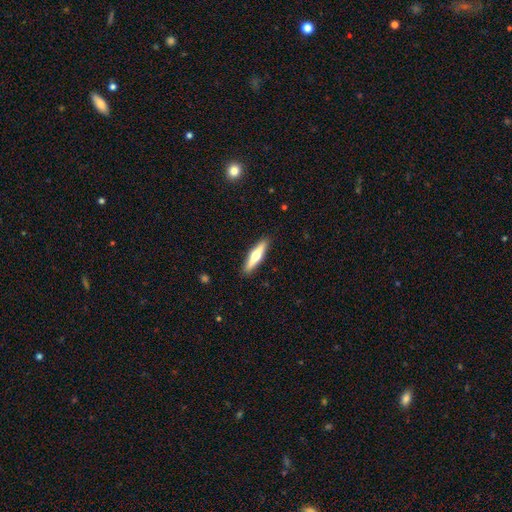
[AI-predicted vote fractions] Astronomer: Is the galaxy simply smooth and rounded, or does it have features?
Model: featured or disk — 55% (runner-up: smooth, 40%).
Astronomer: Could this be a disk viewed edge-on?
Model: yes — 95%.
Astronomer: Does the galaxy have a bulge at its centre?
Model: rounded — 93%.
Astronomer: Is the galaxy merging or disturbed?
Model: none — 91%.